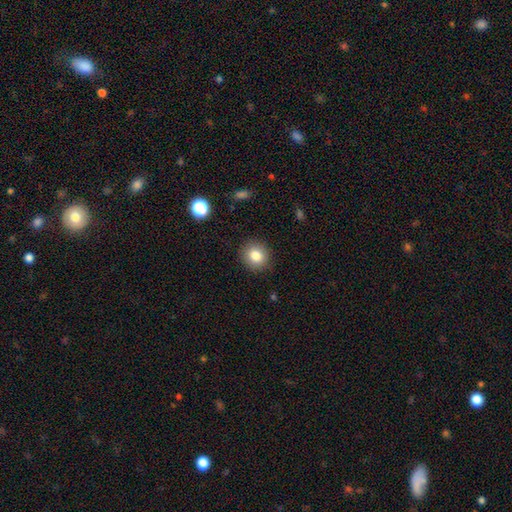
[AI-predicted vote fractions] The model was most divided on "how rounded": round: 84%, in between: 15%, cigar-shaped: 1%. More confident: merging — none (89%); smooth or featured — smooth (83%).